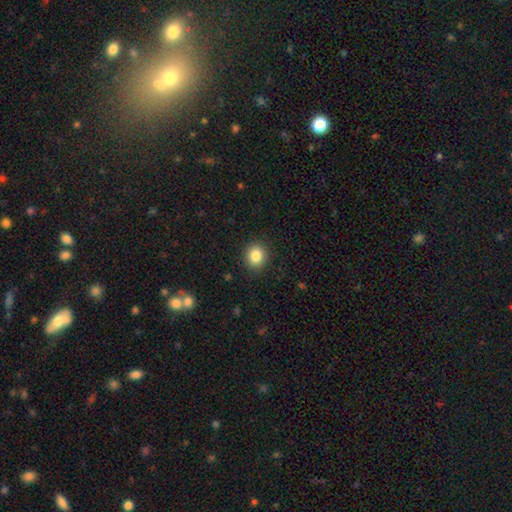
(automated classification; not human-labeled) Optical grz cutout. It shows a smooth galaxy with no disk features (84%) that is round (78%). Merging: none (90%).